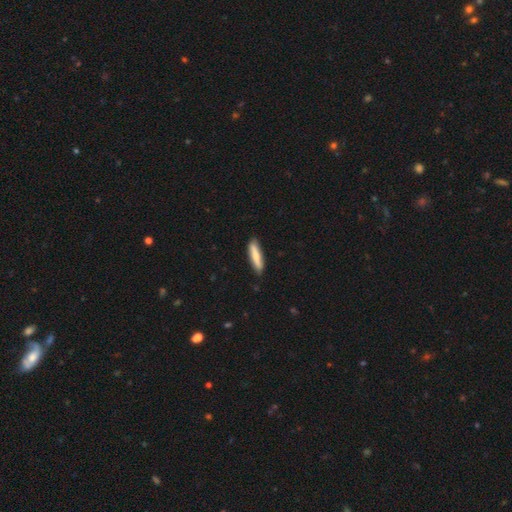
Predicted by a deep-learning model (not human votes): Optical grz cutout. It shows a smooth galaxy with no disk features (74%) that is cigar-shaped (82%). Merging: none (86%).